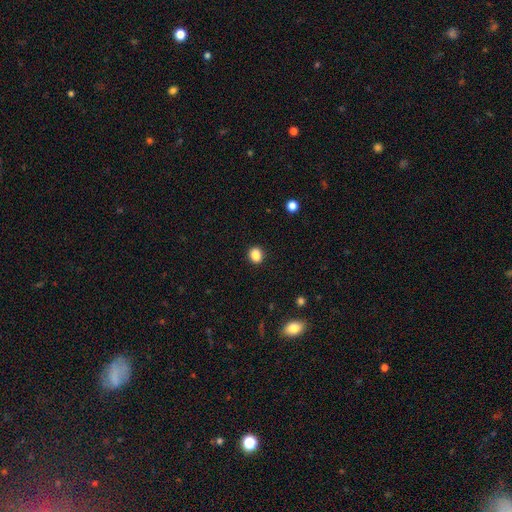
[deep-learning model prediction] Smooth or featured?
  - smooth: 86% *
  - star or artifact: 10%
  - featured or disk: 4%
How rounded?
  - round: 65% *
  - in between: 34%
  - cigar-shaped: 1%
Merging?
  - none: 90% *
  - minor disturbance: 7%
  - major disturbance: 2%
  - merger: 1%